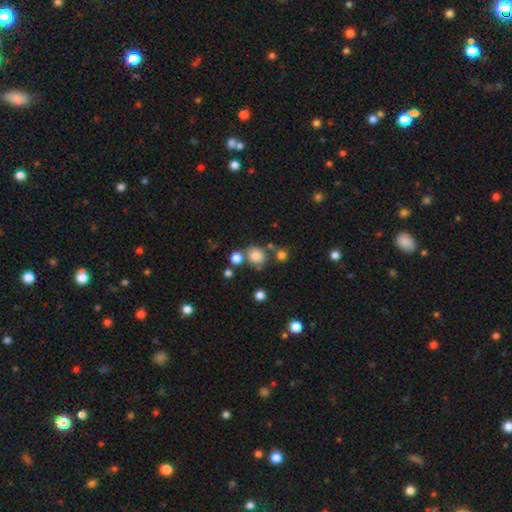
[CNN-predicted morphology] Smooth or featured: smooth — 79% (star or artifact — 13%)
How rounded: round — 78% (in between — 21%)
Merging: none — 65% (merger — 18%)